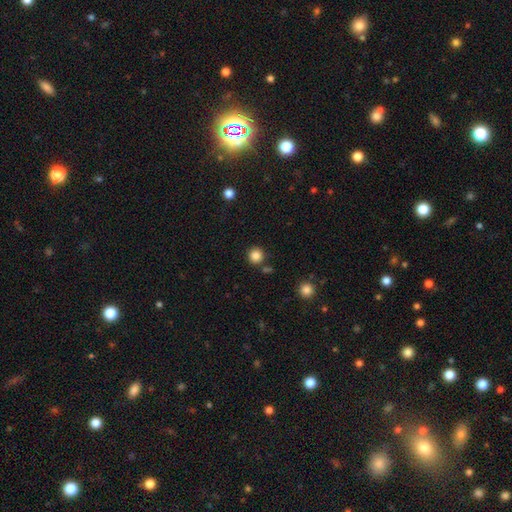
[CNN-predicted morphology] This appears to be a smooth galaxy with no disk features (84%) that is round (94%). Merging: none (85%).